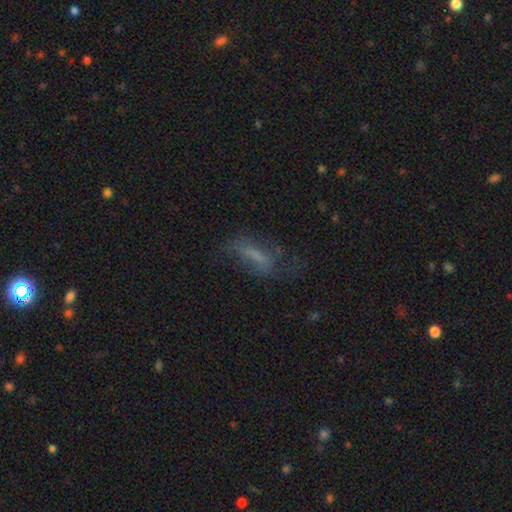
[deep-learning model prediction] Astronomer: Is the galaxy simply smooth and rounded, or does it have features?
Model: smooth — 47% (runner-up: featured or disk, 37%).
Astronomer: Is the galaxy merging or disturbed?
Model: none — 48% (runner-up: major disturbance, 25%).